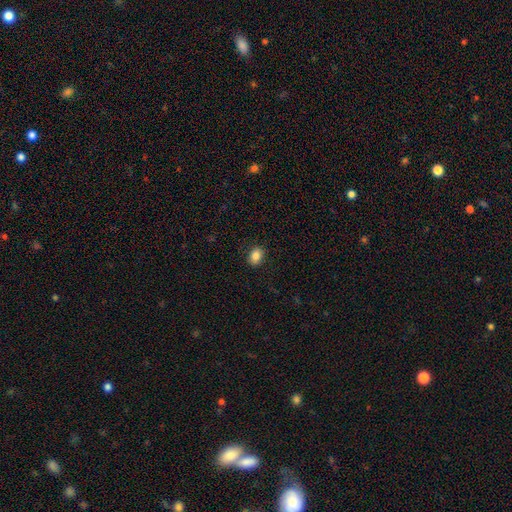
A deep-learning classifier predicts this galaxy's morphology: Smooth or featured: smooth — 85% (star or artifact — 9%)
How rounded: in between — 72% (round — 26%)
Merging: none — 88% (minor disturbance — 9%)